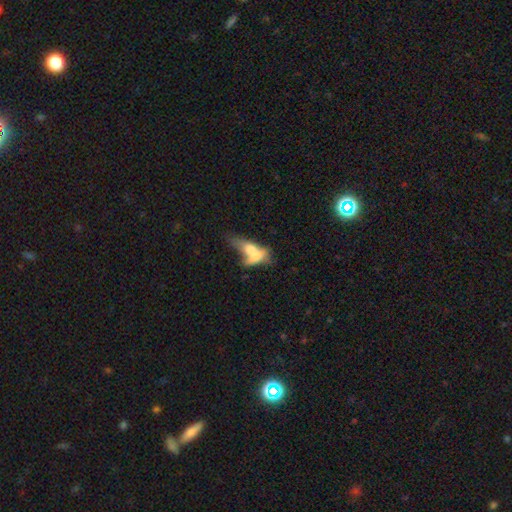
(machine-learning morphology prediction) Overall: smooth (46%; featured or disk 42%). Merging: merger (65%).